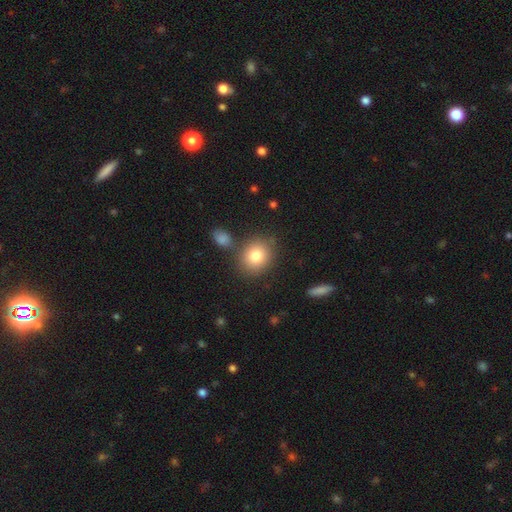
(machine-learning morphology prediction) smooth 80%, featured or disk 10%, star or artifact 10%. Down the decision tree: how rounded — round (71%); merging — none (77%).